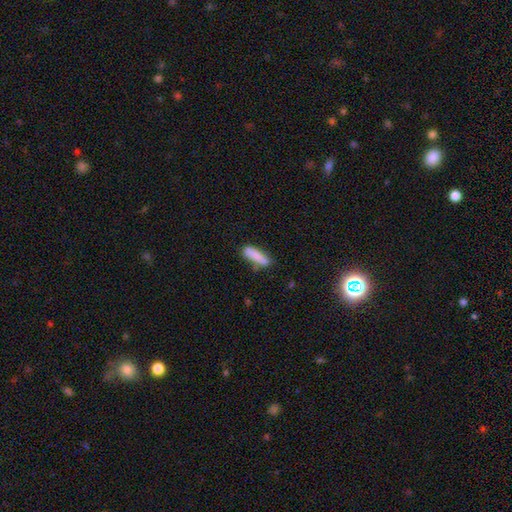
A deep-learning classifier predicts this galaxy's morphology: This appears to be a smooth galaxy with no disk features (83%) that is cigar-shaped (67%). Merging: none (73%).